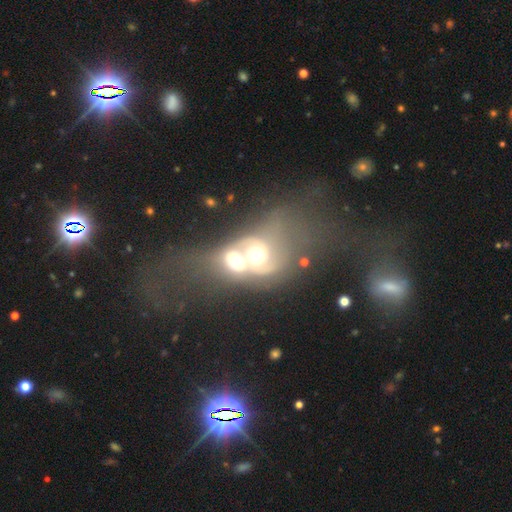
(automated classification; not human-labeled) Smooth or featured? Predicted: featured or disk (p=0.57). Edge-on disk? Predicted: no (p=0.94). Bar? Predicted: no (p=0.76). Spiral arms? Predicted: no (p=0.55). Bulge size? Predicted: moderate (p=0.57). Merging? Predicted: merger (p=0.76).